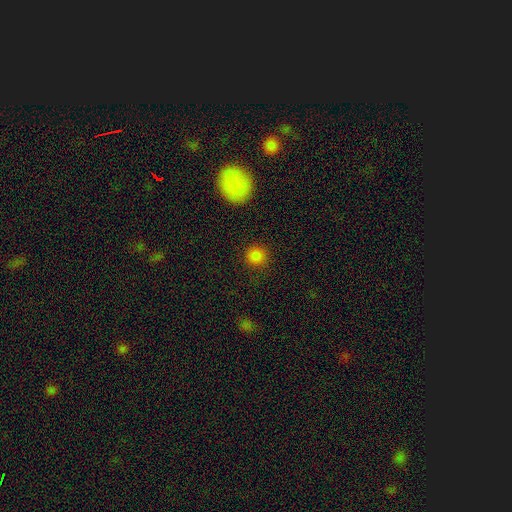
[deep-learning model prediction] Smooth or featured? Predicted: smooth (p=0.84). How rounded? Predicted: round (p=0.93). Merging? Predicted: none (p=0.89).